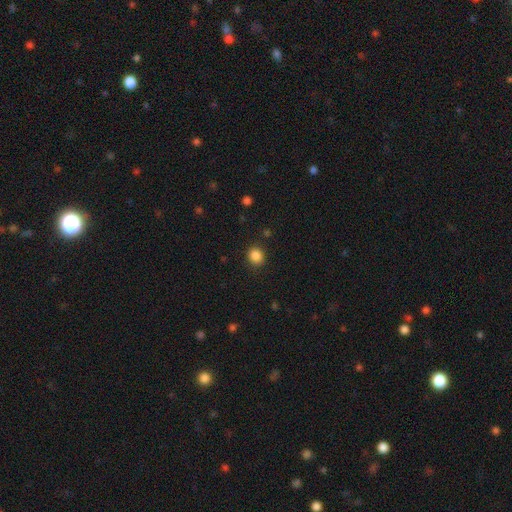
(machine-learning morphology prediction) Overall: smooth (86%). How rounded: round (81%). Merging: none (89%).